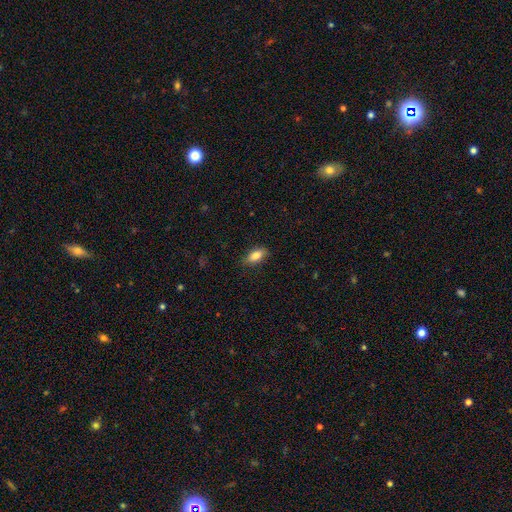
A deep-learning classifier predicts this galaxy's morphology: The model was most divided on "merging": none: 84%, minor disturbance: 13%, major disturbance: 3%, merger: 1%. More confident: how rounded — in between (86%); smooth or featured — smooth (83%).